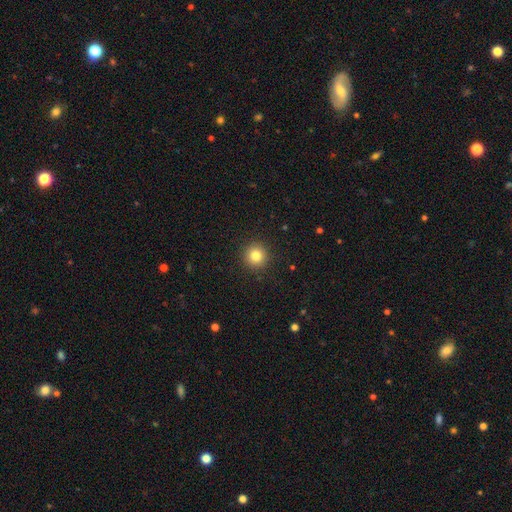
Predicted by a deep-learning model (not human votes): This appears to be a smooth galaxy with no disk features (82%) that is round (95%). Merging: none (92%).